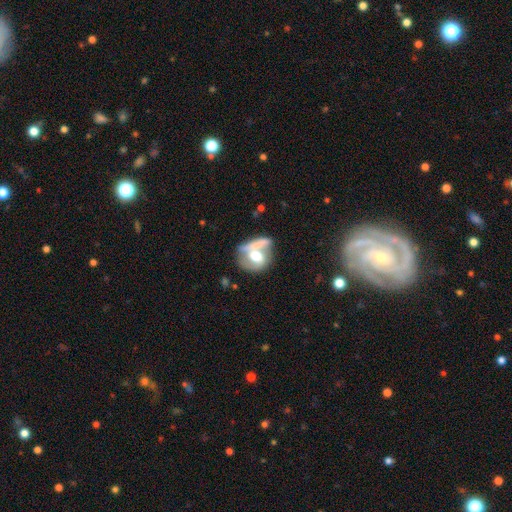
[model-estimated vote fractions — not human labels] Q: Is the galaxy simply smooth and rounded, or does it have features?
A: featured or disk — 48%.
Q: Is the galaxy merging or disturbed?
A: merger — 36%.